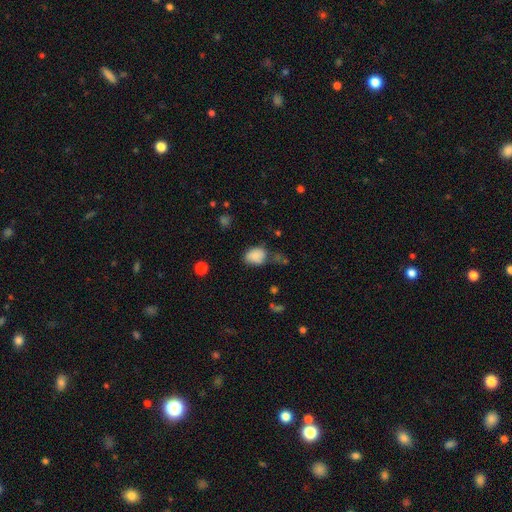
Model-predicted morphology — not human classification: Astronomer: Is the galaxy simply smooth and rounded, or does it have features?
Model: smooth — 83%.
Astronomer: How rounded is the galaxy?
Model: in between — 71%.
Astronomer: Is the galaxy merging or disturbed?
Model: none — 56%.